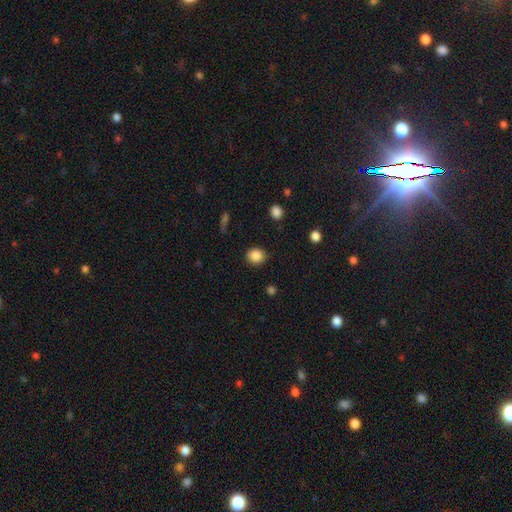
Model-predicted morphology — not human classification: Overall: smooth (87%). How rounded: round (84%). Merging: none (89%).